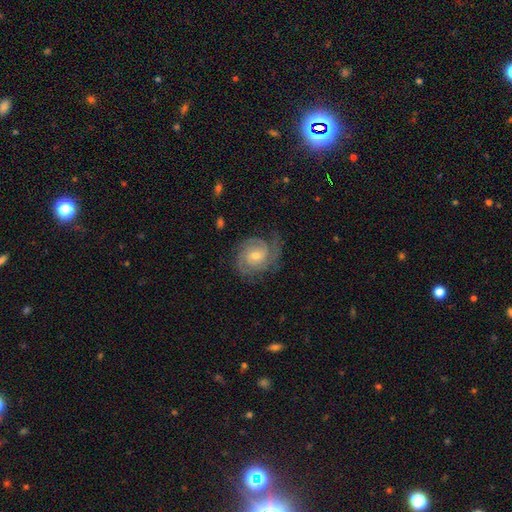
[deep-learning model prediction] Smooth or featured: featured or disk — 85% (smooth — 9%)
Edge-on disk: no — 98% (yes — 2%)
Bar: no — 60% (weak — 33%)
Spiral arms: yes — 97% (no — 3%)
Spiral winding: tight — 63% (medium — 30%)
Spiral arm count: 2 — 45% (3 — 23%)
Bulge size: small — 51% (moderate — 45%)
Merging: none — 74% (minor disturbance — 17%)